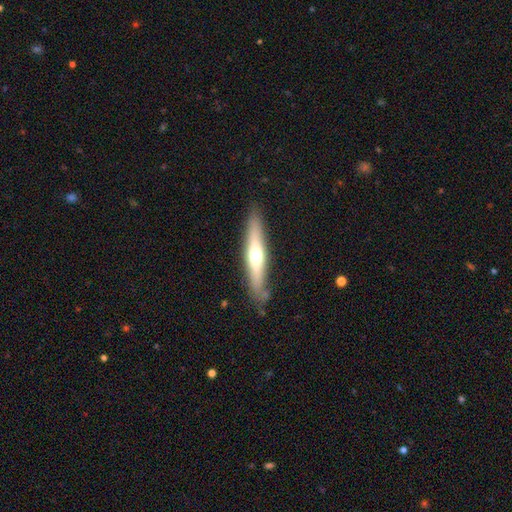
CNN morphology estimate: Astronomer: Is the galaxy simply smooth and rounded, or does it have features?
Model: featured or disk — 54% (runner-up: smooth, 40%).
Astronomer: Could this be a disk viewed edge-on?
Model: yes — 89%.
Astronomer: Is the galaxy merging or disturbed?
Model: none — 83%.